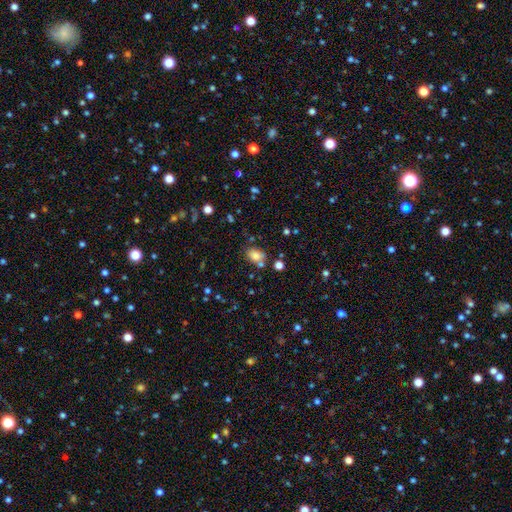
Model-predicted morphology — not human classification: This is likely a smooth galaxy (79%). How rounded: likely in between (75%). Merging: likely none (64%).